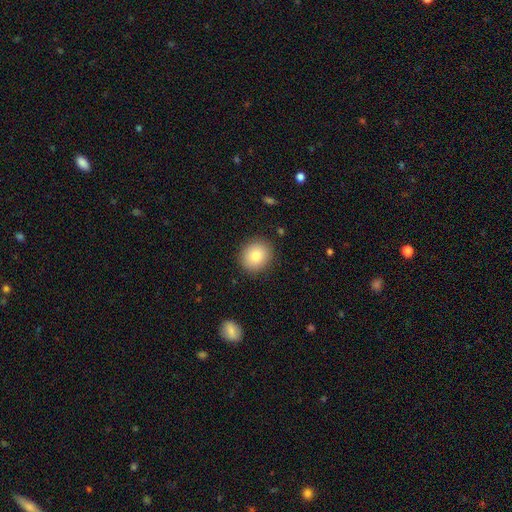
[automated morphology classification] smooth_or_featured: smooth (p=0.81) [alt: featured or disk p=0.10]
how_rounded: round (p=0.76) [alt: in between p=0.23]
merging: none (p=0.88) [alt: minor disturbance p=0.08]